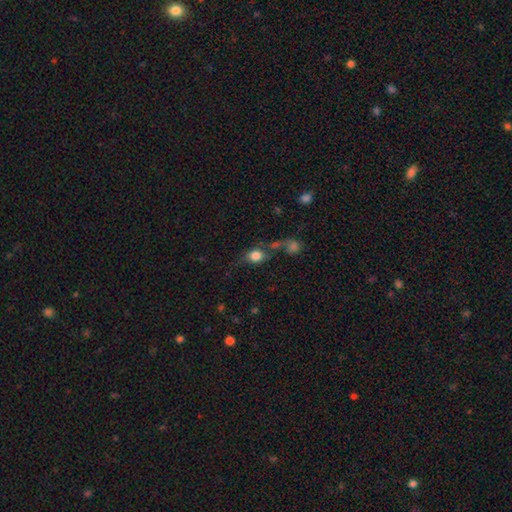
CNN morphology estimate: This is likely a smooth galaxy (75%). How rounded: possibly round (52%). Merging: marginally none (45%).